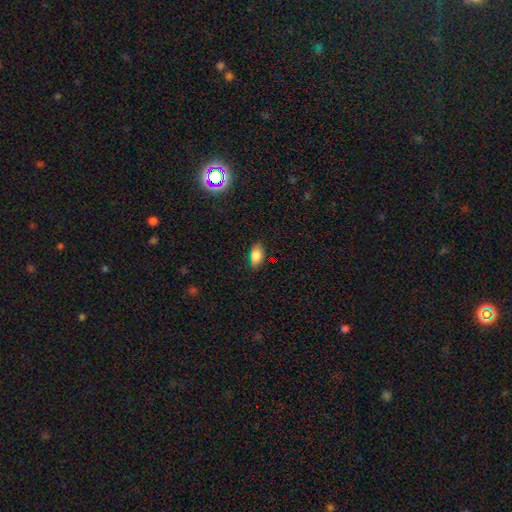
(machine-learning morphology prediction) smooth-or-featured: smooth: 82% | star or artifact: 10% | featured or disk: 7%
  how-rounded: in between: 88% | round: 9% | cigar-shaped: 3%
  merging: none: 80% | minor disturbance: 16% | major disturbance: 3% | merger: 2%